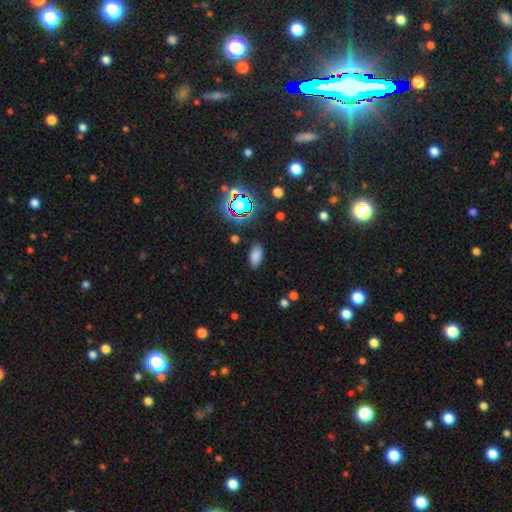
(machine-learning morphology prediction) Q: Smooth or featured?
A: smooth (78%); runner-up: star or artifact (15%)
Q: How rounded?
A: in between (92%); runner-up: round (5%)
Q: Merging?
A: none (83%); runner-up: minor disturbance (12%)